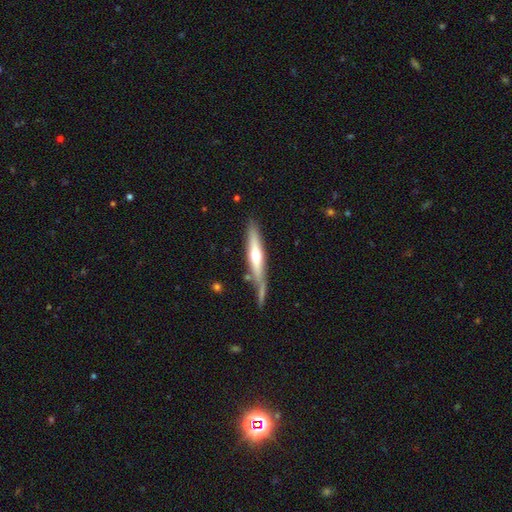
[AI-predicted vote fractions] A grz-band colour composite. It shows a featured or disk galaxy (54%) viewed edge-on (89%). Merging: none (65%).